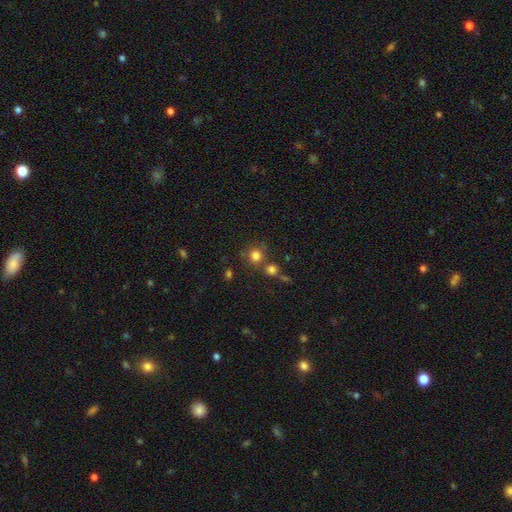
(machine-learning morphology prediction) Q: Smooth or featured?
A: smooth (79%); runner-up: star or artifact (13%)
Q: How rounded?
A: round (86%); runner-up: in between (13%)
Q: Merging?
A: none (64%); runner-up: merger (20%)